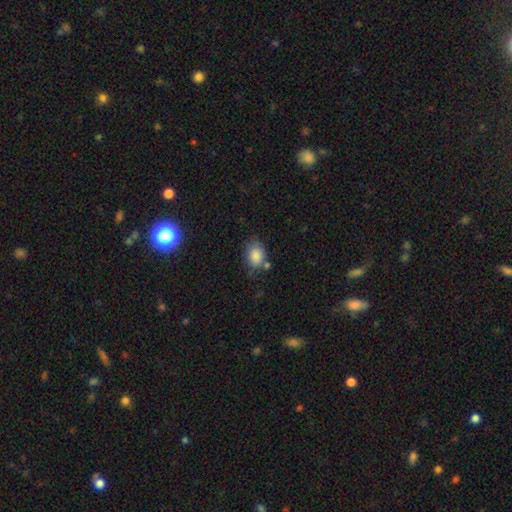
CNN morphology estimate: Smooth or featured? smooth (85%)
How rounded? in between (67%)
Merging? none (61%)